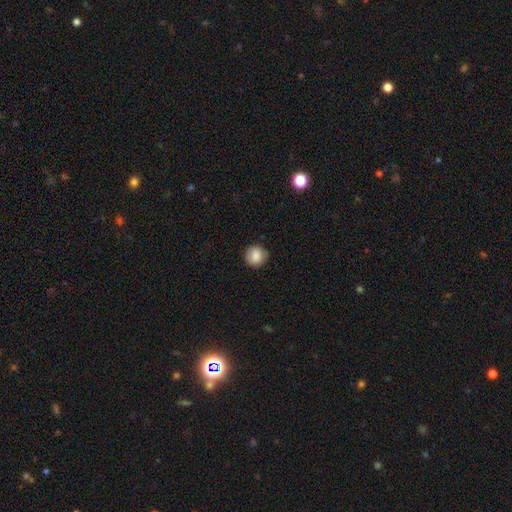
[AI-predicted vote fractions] The model was most divided on "merging": none: 85%, minor disturbance: 11%, major disturbance: 3%, merger: 1%. More confident: how rounded — round (89%); smooth or featured — smooth (83%).